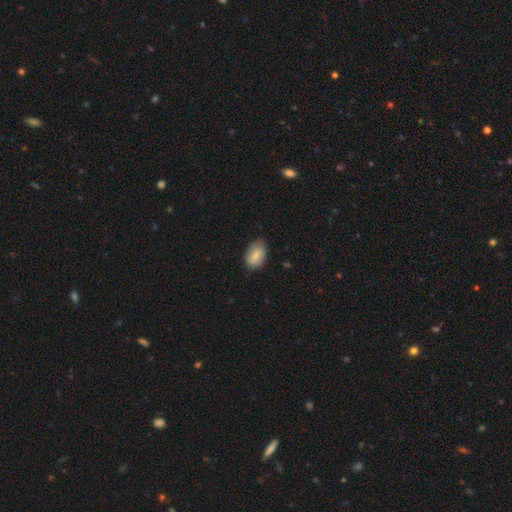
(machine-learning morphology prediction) A smooth galaxy with no disk features (80%) that is in between round and cigar-shaped (90%).

Vote fractions:
- Smooth or featured? smooth: 80% / featured or disk: 14% / star or artifact: 6%
- How rounded? in between: 90% / round: 8% / cigar-shaped: 2%
- Merging? none: 73% / minor disturbance: 22% / major disturbance: 3% / merger: 1%